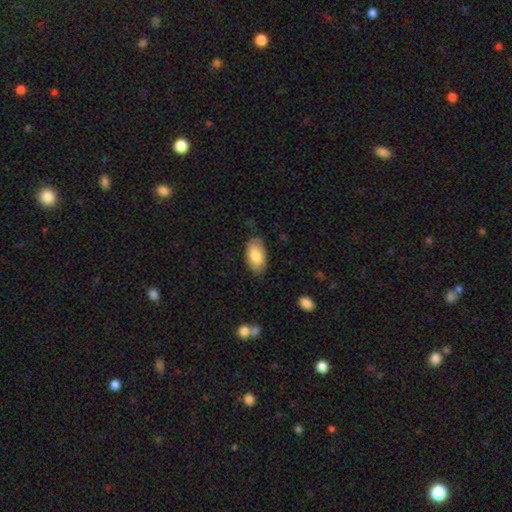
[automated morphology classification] This is clearly a smooth galaxy (83%). How rounded: clearly in between (94%). Merging: likely none (78%).